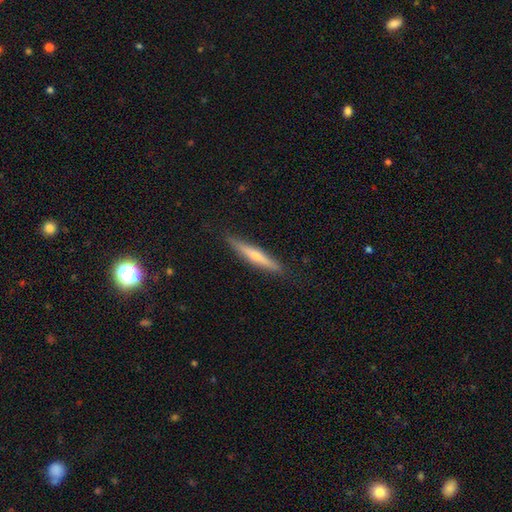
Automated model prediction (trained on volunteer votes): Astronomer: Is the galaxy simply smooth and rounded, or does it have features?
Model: featured or disk — 54% (runner-up: smooth, 38%).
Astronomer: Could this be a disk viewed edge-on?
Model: yes — 95%.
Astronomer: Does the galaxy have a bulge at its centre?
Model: rounded — 67%.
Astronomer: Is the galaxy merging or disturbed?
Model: none — 88%.